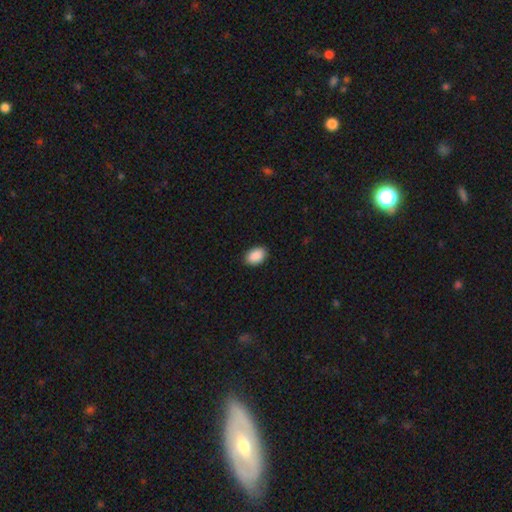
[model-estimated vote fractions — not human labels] Smooth or featured? Predicted: smooth (p=0.91). How rounded? Predicted: in between (p=0.88). Merging? Predicted: none (p=0.88).